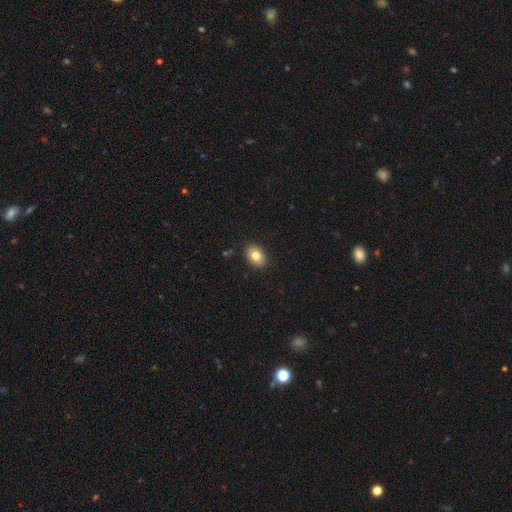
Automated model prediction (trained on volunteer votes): Smooth or featured?
  - smooth: 82% *
  - featured or disk: 9%
  - star or artifact: 9%
How rounded?
  - in between: 77% *
  - round: 22%
  - cigar-shaped: 1%
Merging?
  - none: 88% *
  - minor disturbance: 9%
  - major disturbance: 2%
  - merger: 1%